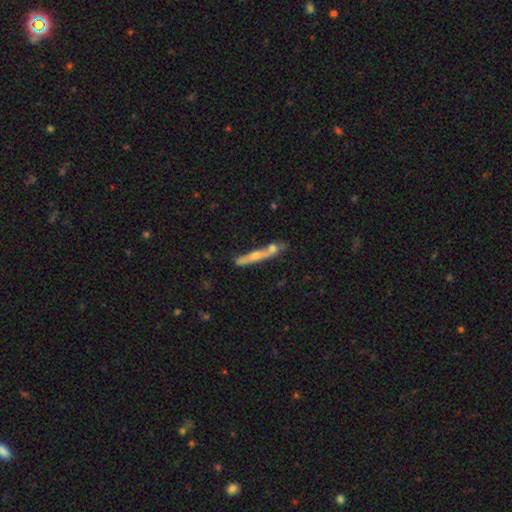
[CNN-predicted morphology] This is possibly a featured or disk galaxy (52%). It is clearly viewed edge-on (85%). Merging: possibly none (53%).